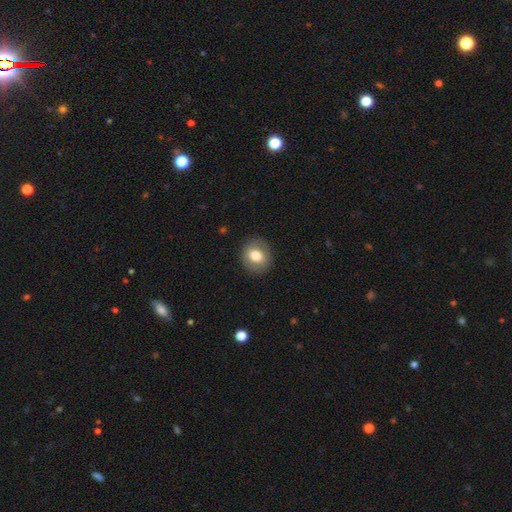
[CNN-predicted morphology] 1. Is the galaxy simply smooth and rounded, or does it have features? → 72% smooth, 20% featured or disk, 8% star or artifact.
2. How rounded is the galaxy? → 71% round, 28% in between, 1% cigar-shaped.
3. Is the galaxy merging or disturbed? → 87% none, 9% minor disturbance, 3% major disturbance, 1% merger.